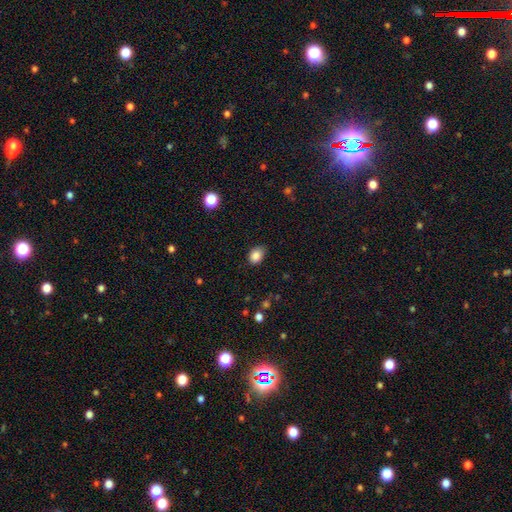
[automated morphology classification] Overall: smooth (86%). How rounded: in between (70%). Merging: none (76%).